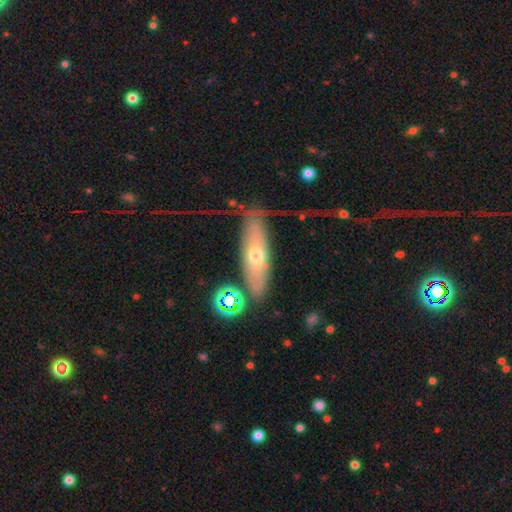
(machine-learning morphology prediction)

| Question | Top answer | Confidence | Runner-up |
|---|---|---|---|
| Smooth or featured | featured or disk | 48% | smooth (43%) |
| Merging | none | 70% | minor disturbance (18%) |